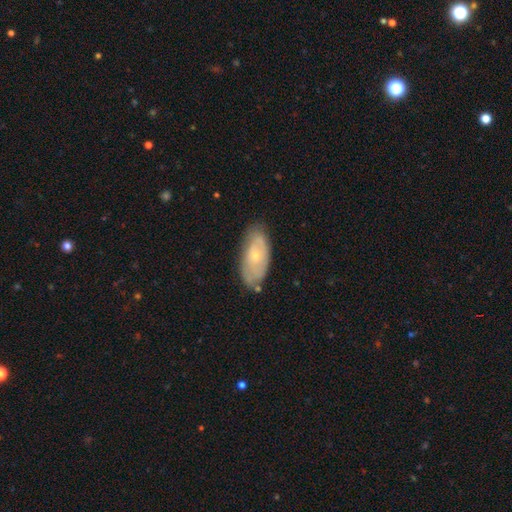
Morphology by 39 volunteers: A featured or disk galaxy (51%) with no bar (100%), tight (64%) spiral arms (74%) and a small central bulge (89%).

Vote fractions:
- Smooth or featured? featured or disk: 51% / smooth: 41% / star or artifact: 8%
- Edge-on disk? no: 95% / yes: 5%
- Bar? no: 100% / strong: 0% / weak: 0%
- Spiral arms? yes: 74% / no: 26%
- Spiral winding? tight: 64% / medium: 36% / loose: 0%
- Spiral arm count? can't tell: 64% / 2: 14% / 3: 14% / 1: 7% / 4: 0% / more than 4: 0%
- Bulge size? small: 89% / moderate: 11% / dominant: 0% / large: 0% / none: 0%
- Merging? none: 58% / minor disturbance: 33% / merger: 6% / major disturbance: 3%